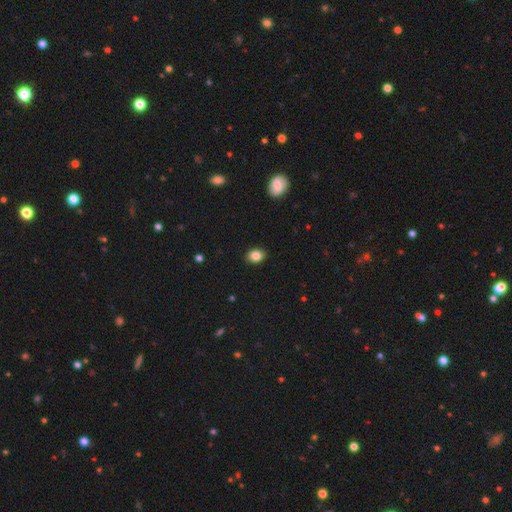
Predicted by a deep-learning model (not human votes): A smooth galaxy with no disk features (84%) that is in between round and cigar-shaped (59%).

Vote fractions:
- Smooth or featured? smooth: 84% / star or artifact: 9% / featured or disk: 6%
- How rounded? in between: 59% / round: 40% / cigar-shaped: 1%
- Merging? none: 90% / minor disturbance: 8% / major disturbance: 2% / merger: 1%